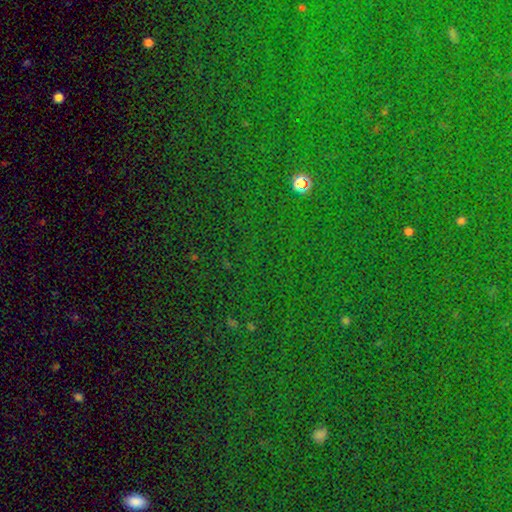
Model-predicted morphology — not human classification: This is clearly a star or artifact rather than a galaxy (82%).